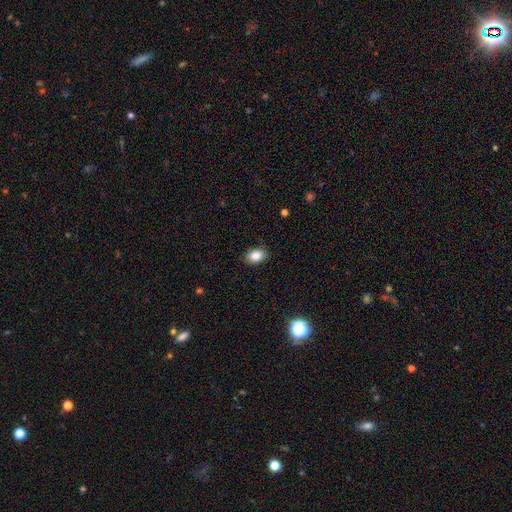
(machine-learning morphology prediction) Smooth or featured? smooth (86%)
How rounded? in between (80%)
Merging? none (87%)